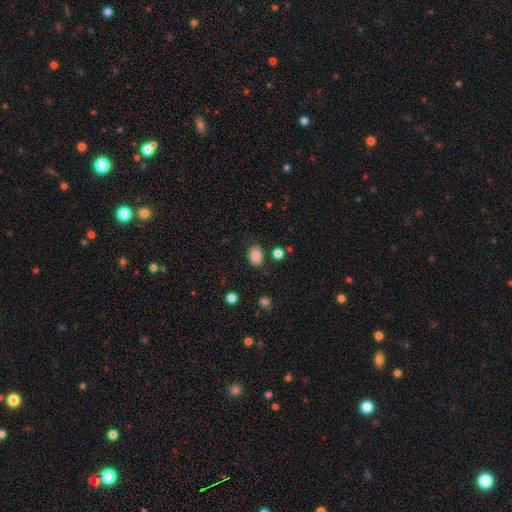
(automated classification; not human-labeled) The model was most divided on "how rounded": in between: 60%, round: 40%, cigar-shaped: 1%. More confident: smooth or featured — smooth (86%); merging — none (78%).